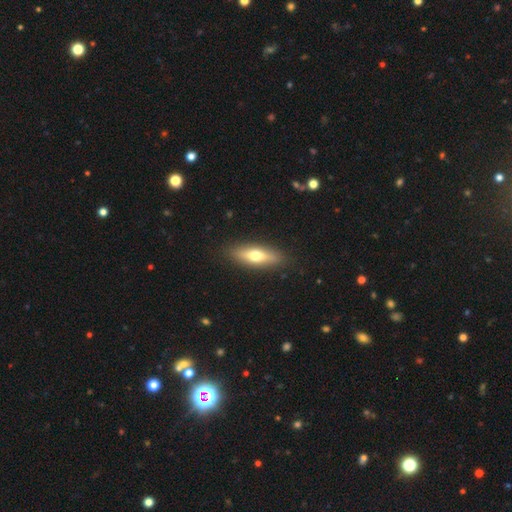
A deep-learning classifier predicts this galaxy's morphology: Smooth or featured?
  - smooth: 56% *
  - featured or disk: 37%
  - star or artifact: 6%
How rounded?
  - cigar-shaped: 51% *
  - in between: 46%
  - round: 3%
Merging?
  - none: 88% *
  - minor disturbance: 9%
  - major disturbance: 2%
  - merger: 1%